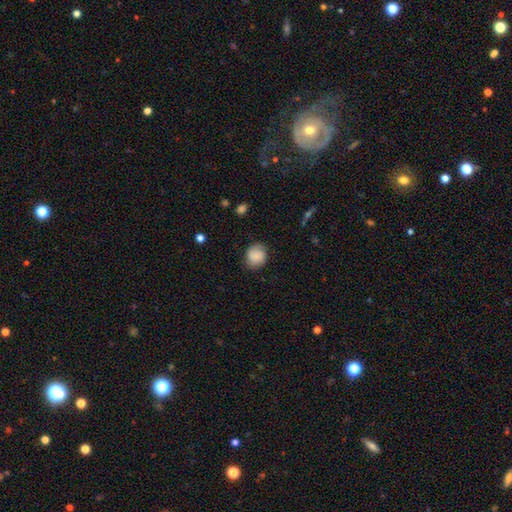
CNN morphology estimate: A smooth galaxy with no disk features (77%) that is round (76%).

Vote fractions:
- Smooth or featured? smooth: 77% / featured or disk: 15% / star or artifact: 8%
- How rounded? round: 76% / in between: 23% / cigar-shaped: 1%
- Merging? none: 77% / minor disturbance: 17% / major disturbance: 5% / merger: 1%